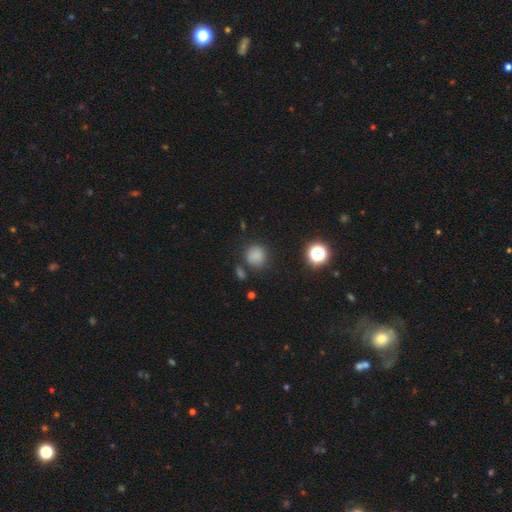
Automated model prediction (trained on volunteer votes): smooth 79%, star or artifact 15%, featured or disk 6%. Down the decision tree: how rounded — round (88%); merging — none (77%).